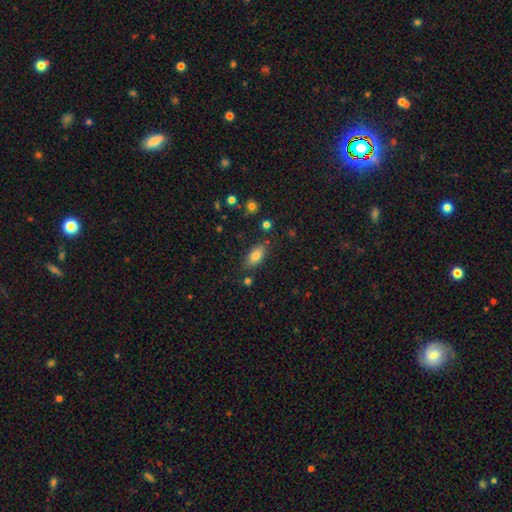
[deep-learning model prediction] Morphology: type=smooth (81%); roundness=in between (89%); merging=none (80%).